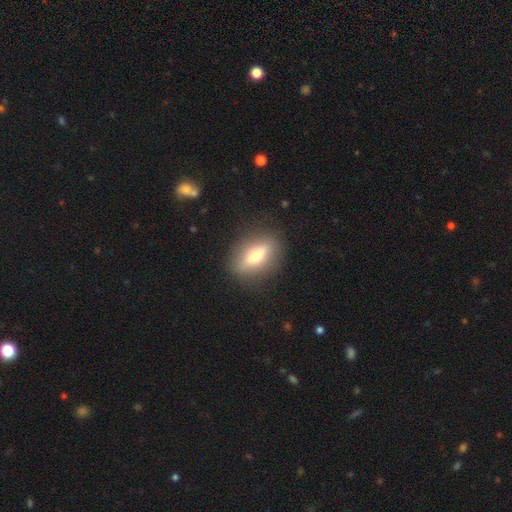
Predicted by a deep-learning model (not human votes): Smooth or featured: smooth — 58% (featured or disk — 34%)
How rounded: in between — 64% (cigar-shaped — 27%)
Merging: none — 85% (minor disturbance — 10%)